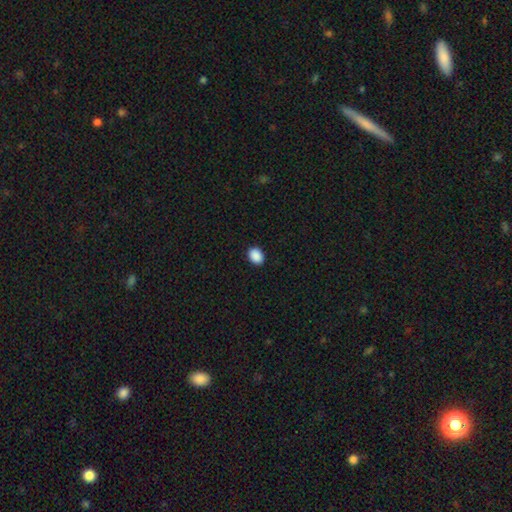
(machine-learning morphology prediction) Q: Smooth or featured?
A: smooth (90%); runner-up: star or artifact (8%)
Q: How rounded?
A: in between (67%); runner-up: round (32%)
Q: Merging?
A: none (91%); runner-up: minor disturbance (7%)